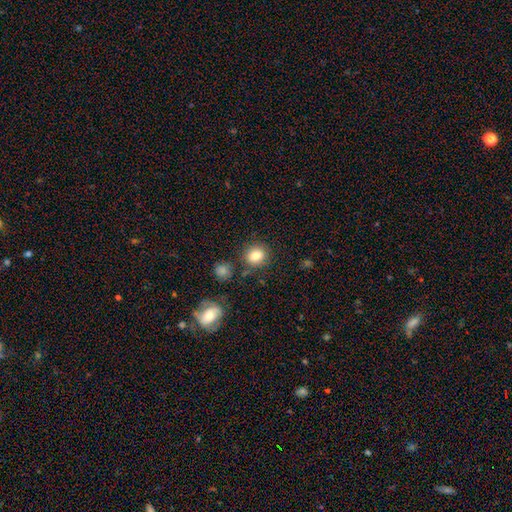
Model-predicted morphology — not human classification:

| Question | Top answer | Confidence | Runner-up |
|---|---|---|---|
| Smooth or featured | smooth | 82% | star or artifact (10%) |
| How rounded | round | 78% | in between (21%) |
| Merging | none | 81% | minor disturbance (10%) |